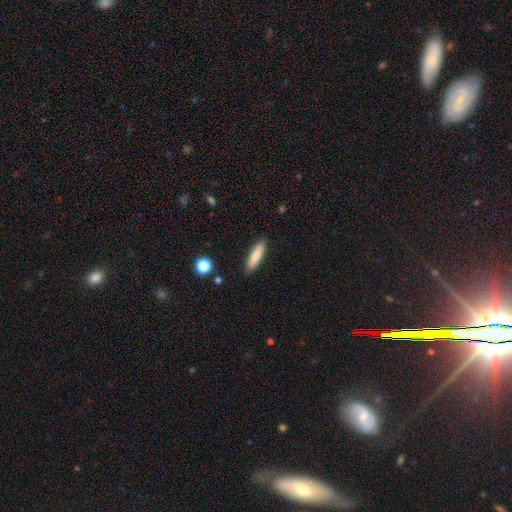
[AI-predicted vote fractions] The model was most divided on "how rounded": cigar-shaped: 66%, in between: 32%, round: 2%. More confident: merging — none (87%); smooth or featured — smooth (81%).